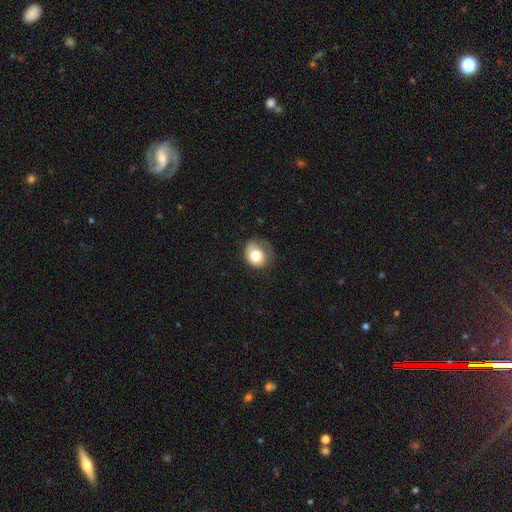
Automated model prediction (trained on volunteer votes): Q: Smooth or featured?
A: smooth (77%); runner-up: featured or disk (14%)
Q: How rounded?
A: round (71%); runner-up: in between (28%)
Q: Merging?
A: none (49%); runner-up: minor disturbance (32%)